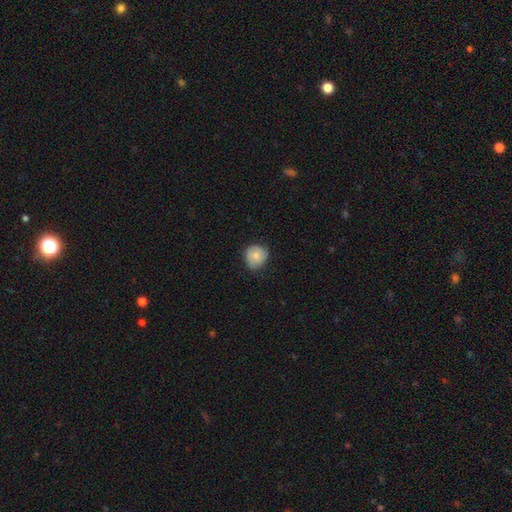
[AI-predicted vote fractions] This is likely a smooth galaxy (79%). How rounded: clearly round (86%). Merging: likely none (72%).